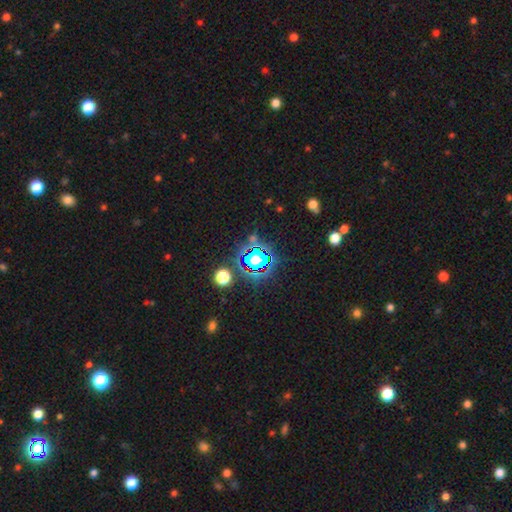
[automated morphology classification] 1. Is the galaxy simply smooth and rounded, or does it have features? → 74% star or artifact, 16% smooth, 9% featured or disk.